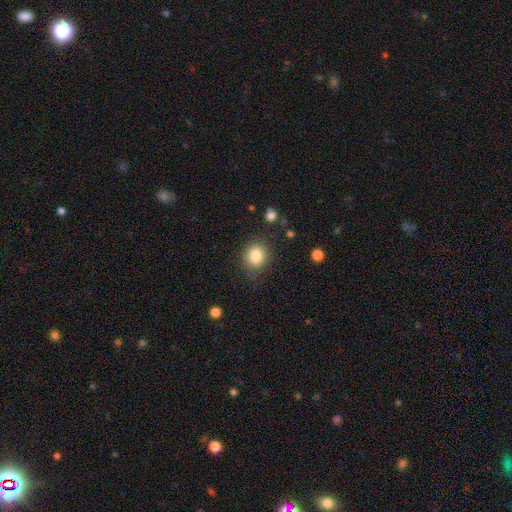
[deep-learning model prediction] Smooth or featured? Predicted: smooth (p=0.84). How rounded? Predicted: round (p=0.74). Merging? Predicted: none (p=0.82).